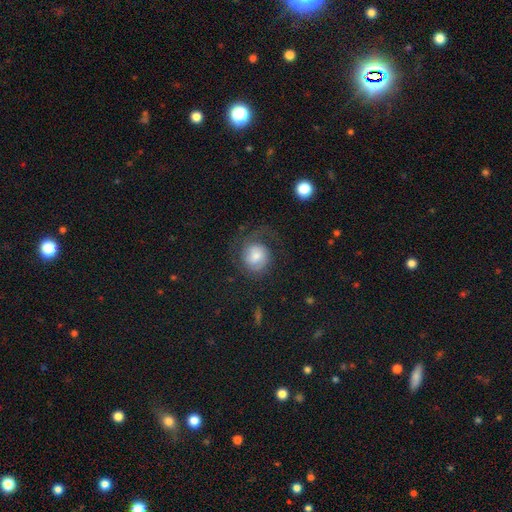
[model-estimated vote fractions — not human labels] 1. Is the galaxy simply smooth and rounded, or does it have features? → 48% featured or disk, 43% smooth, 9% star or artifact.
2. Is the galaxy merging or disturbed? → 55% none, 26% major disturbance, 17% minor disturbance, 2% merger.